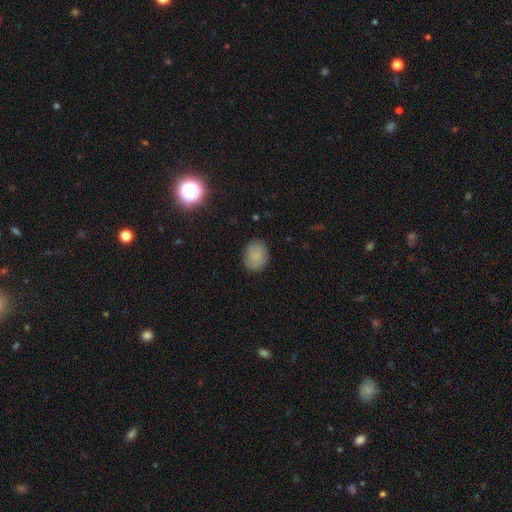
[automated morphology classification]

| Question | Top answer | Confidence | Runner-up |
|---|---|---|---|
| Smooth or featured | smooth | 84% | star or artifact (8%) |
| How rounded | round | 50% | in between (49%) |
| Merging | none | 83% | minor disturbance (13%) |